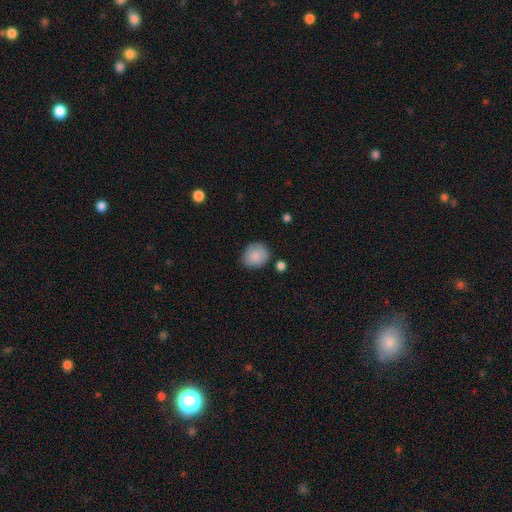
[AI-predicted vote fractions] Morphology: type=smooth (87%); roundness=round (71%); merging=none (75%).